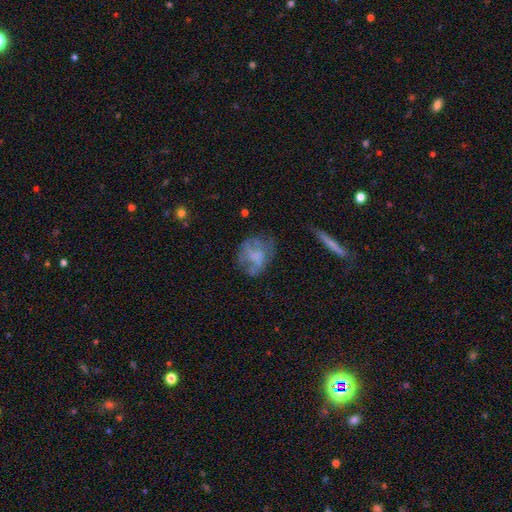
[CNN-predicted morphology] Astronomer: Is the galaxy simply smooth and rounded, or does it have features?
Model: smooth — 46% (runner-up: featured or disk, 44%).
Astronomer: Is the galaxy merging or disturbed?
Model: none — 50%.